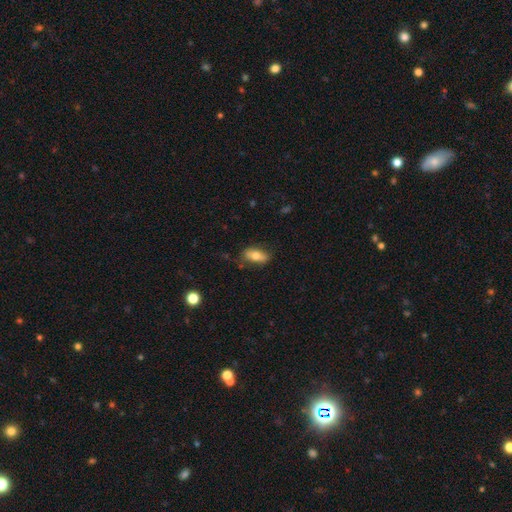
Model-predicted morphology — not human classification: smooth-or-featured: smooth: 71% | featured or disk: 22% | star or artifact: 7%
  how-rounded: in between: 82% | cigar-shaped: 14% | round: 4%
  merging: none: 72% | minor disturbance: 20% | major disturbance: 6% | merger: 2%